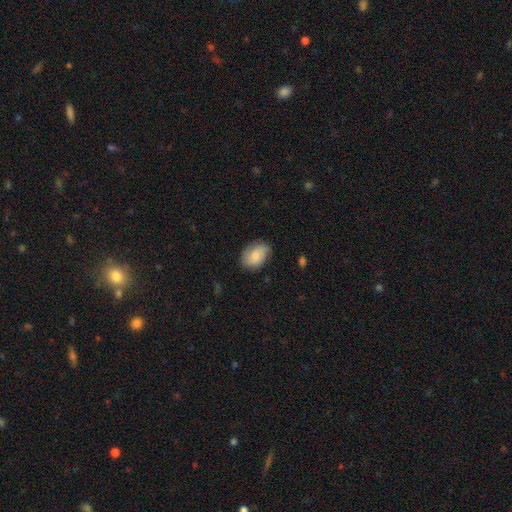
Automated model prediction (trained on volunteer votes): Smooth or featured? Predicted: smooth (p=0.71). How rounded? Predicted: in between (p=0.79). Merging? Predicted: none (p=0.73).